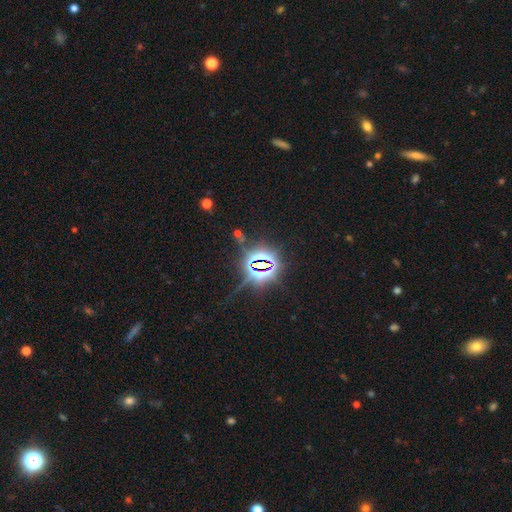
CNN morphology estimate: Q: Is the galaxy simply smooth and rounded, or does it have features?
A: star or artifact — 82%.